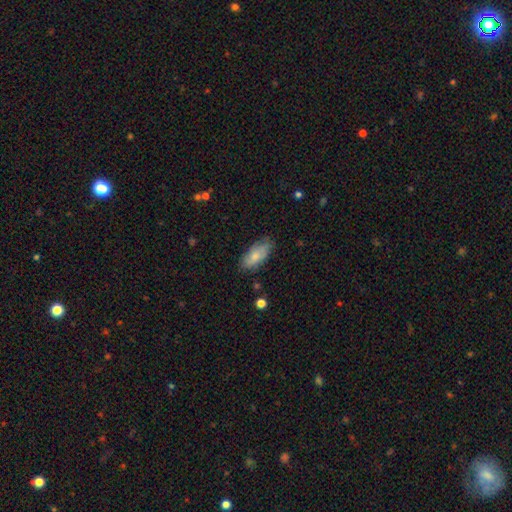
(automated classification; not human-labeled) This appears to be a smooth galaxy with no disk features (76%) that is in between round and cigar-shaped (88%). Merging: none (72%).